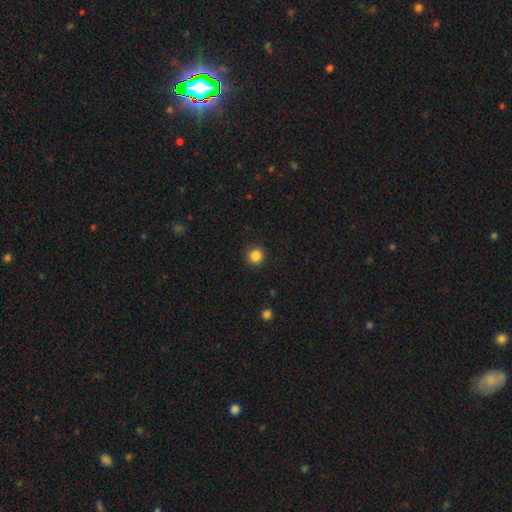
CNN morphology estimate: A smooth galaxy with no disk features (85%) that is round (95%). Merging: none (92%).